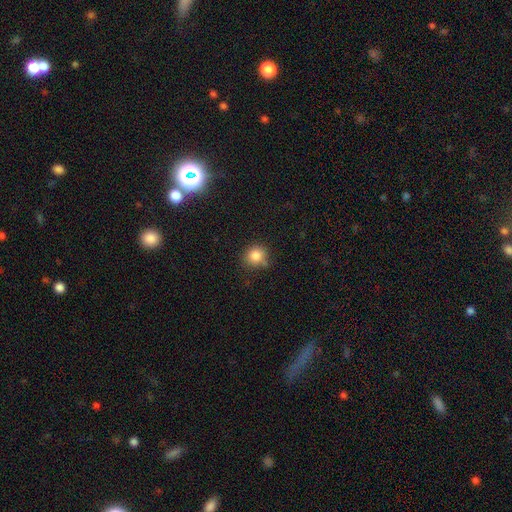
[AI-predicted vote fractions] smooth-or-featured: smooth: 84% | star or artifact: 11% | featured or disk: 5%
  how-rounded: round: 83% | in between: 16% | cigar-shaped: 1%
  merging: none: 73% | minor disturbance: 17% | merger: 6% | major disturbance: 4%